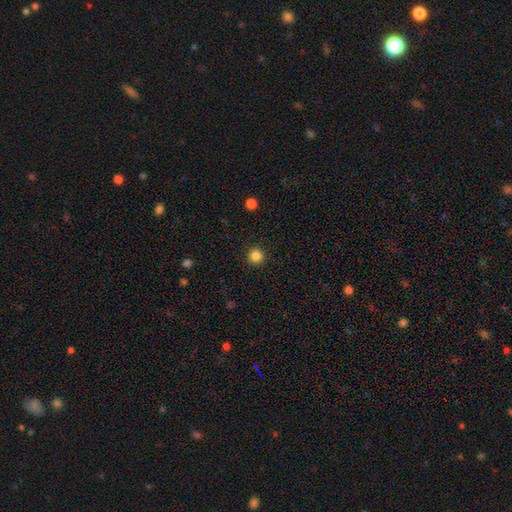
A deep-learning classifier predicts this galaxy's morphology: The model was most divided on "smooth or featured": smooth: 84%, star or artifact: 12%, featured or disk: 4%. More confident: how rounded — round (95%); merging — none (93%).